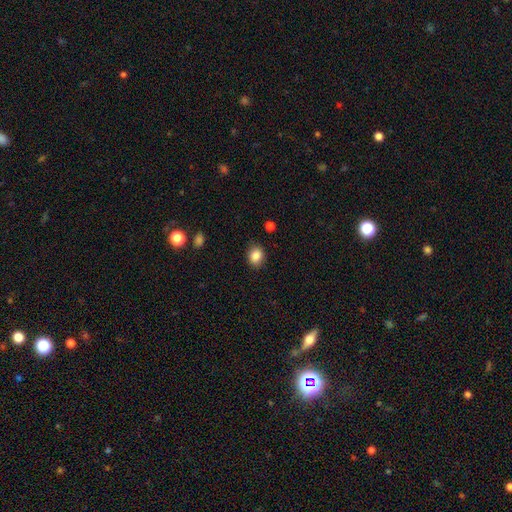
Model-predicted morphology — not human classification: A smooth galaxy with no disk features (86%) that is round (50%).

Vote fractions:
- Smooth or featured? smooth: 86% / star or artifact: 9% / featured or disk: 5%
- How rounded? round: 50% / in between: 49% / cigar-shaped: 1%
- Merging? none: 86% / minor disturbance: 10% / major disturbance: 3% / merger: 1%